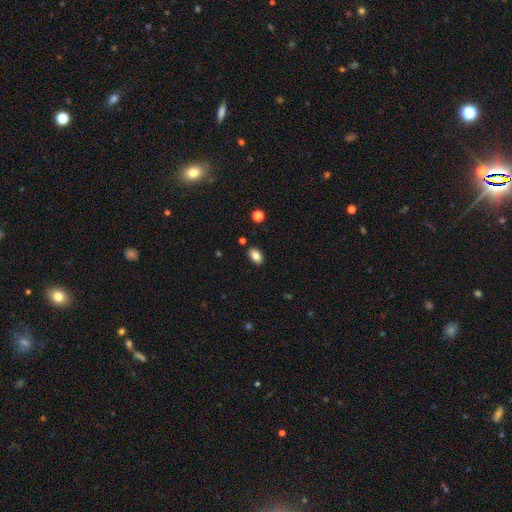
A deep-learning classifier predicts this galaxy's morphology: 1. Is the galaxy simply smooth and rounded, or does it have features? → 83% smooth, 9% star or artifact, 8% featured or disk.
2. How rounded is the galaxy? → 89% in between, 9% round, 2% cigar-shaped.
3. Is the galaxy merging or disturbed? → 86% none, 9% minor disturbance, 2% merger, 2% major disturbance.